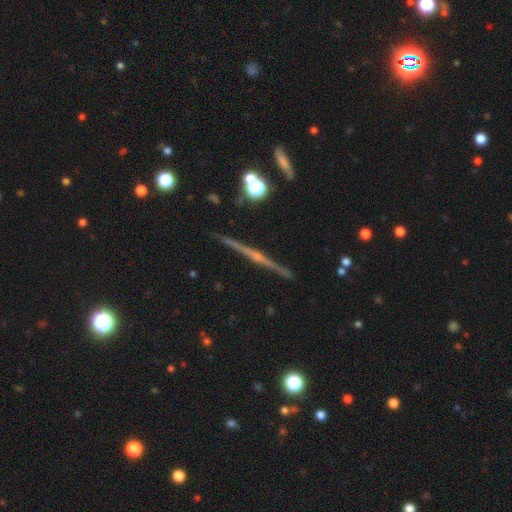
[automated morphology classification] smooth_or_featured: featured or disk (p=0.82) [alt: smooth p=0.10]
disk_edge_on: yes (p=0.98) [alt: no p=0.02]
edge_on_bulge: rounded (p=0.74) [alt: none p=0.17]
merging: none (p=0.91) [alt: minor disturbance p=0.06]